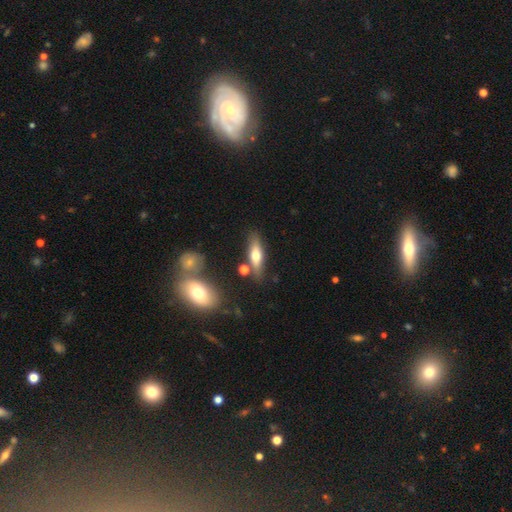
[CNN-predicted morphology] smooth_or_featured: smooth (p=0.54) [alt: featured or disk p=0.39]
how_rounded: cigar-shaped (p=0.55) [alt: in between p=0.42]
merging: none (p=0.76) [alt: minor disturbance p=0.12]